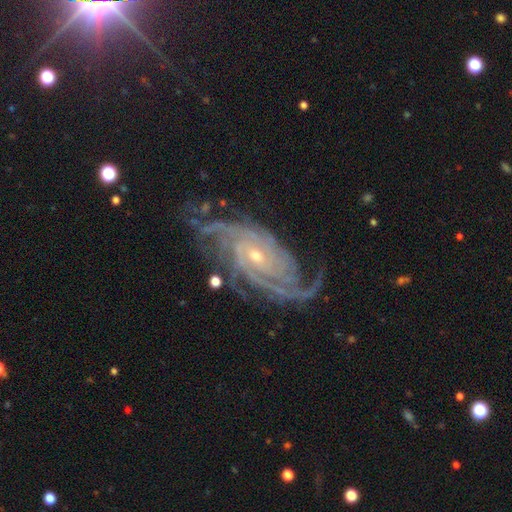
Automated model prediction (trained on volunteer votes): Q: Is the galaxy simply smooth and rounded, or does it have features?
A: featured or disk — 91%.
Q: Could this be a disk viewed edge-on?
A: no — 96%.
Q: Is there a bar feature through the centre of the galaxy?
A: no — 61%.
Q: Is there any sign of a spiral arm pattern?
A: yes — 99%.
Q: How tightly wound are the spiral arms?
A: tight — 65%.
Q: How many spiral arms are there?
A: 4 — 25%.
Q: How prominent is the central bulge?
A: small — 72%.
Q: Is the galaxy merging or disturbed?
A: none — 72%.